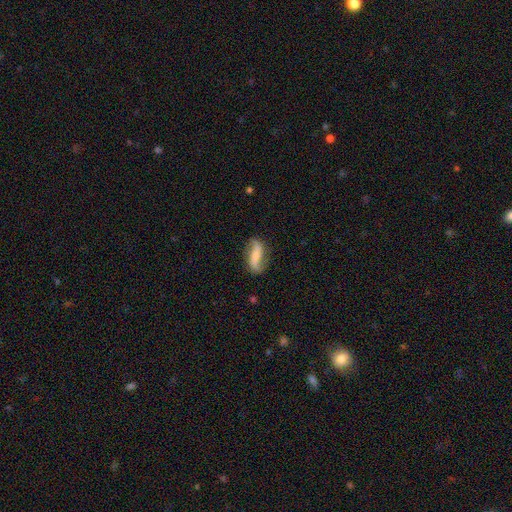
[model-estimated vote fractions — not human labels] smooth_or_featured: featured or disk (p=0.66) [alt: smooth p=0.27]
disk_edge_on: no (p=0.90) [alt: yes p=0.10]
bar: no (p=0.36) [alt: strong p=0.35]
has_spiral_arms: yes (p=0.92) [alt: no p=0.08]
spiral_winding: loose (p=0.79) [alt: medium p=0.15]
spiral_arm_count: 2 (p=0.91) [alt: 1 p=0.03]
bulge_size: small (p=0.42) [alt: moderate p=0.27]
merging: none (p=0.77) [alt: minor disturbance p=0.16]